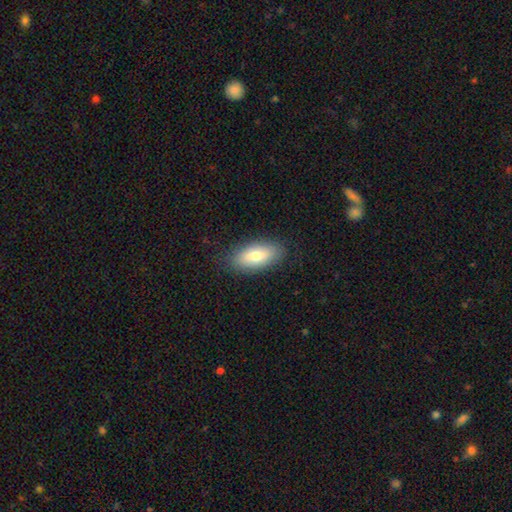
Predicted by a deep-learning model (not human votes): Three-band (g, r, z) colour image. It shows a smooth galaxy with no disk features (74%) that is in between round and cigar-shaped (86%). Merging: none (87%).